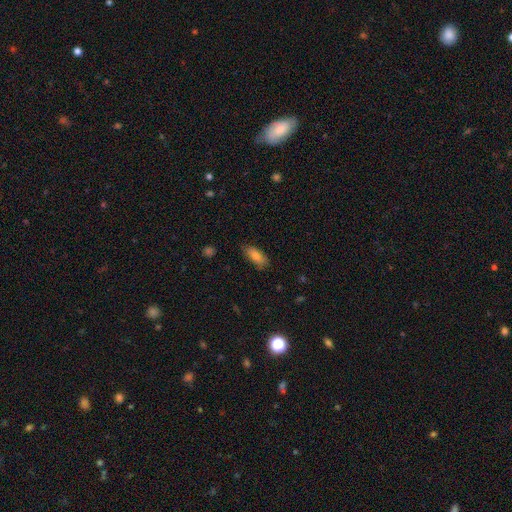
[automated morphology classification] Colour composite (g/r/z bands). It shows a smooth galaxy with no disk features (76%) that is in between round and cigar-shaped (83%). Merging: none (78%).